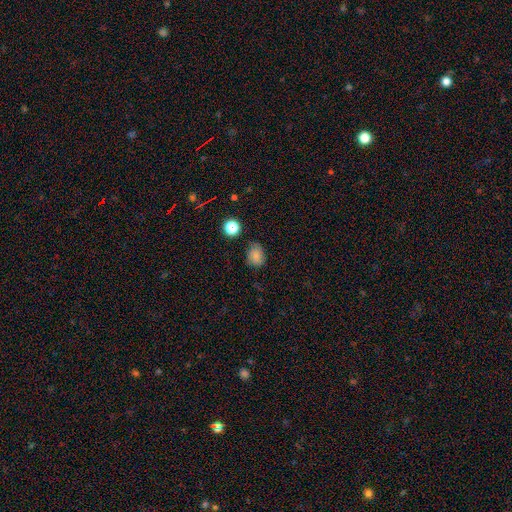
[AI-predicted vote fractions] smooth_or_featured: smooth (p=0.80) [alt: star or artifact p=0.13]
how_rounded: in between (p=0.50) [alt: round p=0.49]
merging: none (p=0.72) [alt: minor disturbance p=0.21]